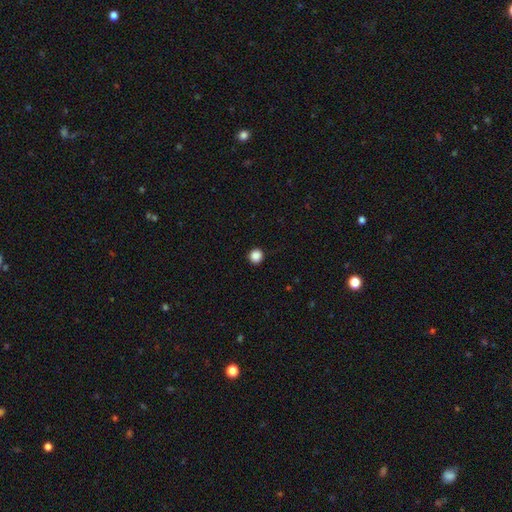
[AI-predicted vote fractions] This is clearly a smooth galaxy (87%). How rounded: clearly round (94%). Merging: clearly none (92%).